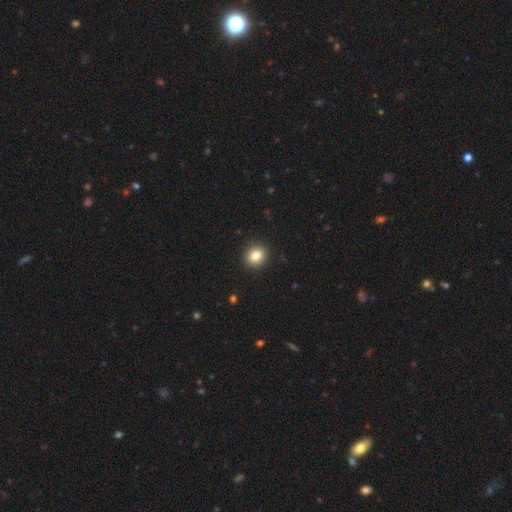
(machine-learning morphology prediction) This is clearly a smooth galaxy (84%). How rounded: likely round (73%). Merging: clearly none (91%).